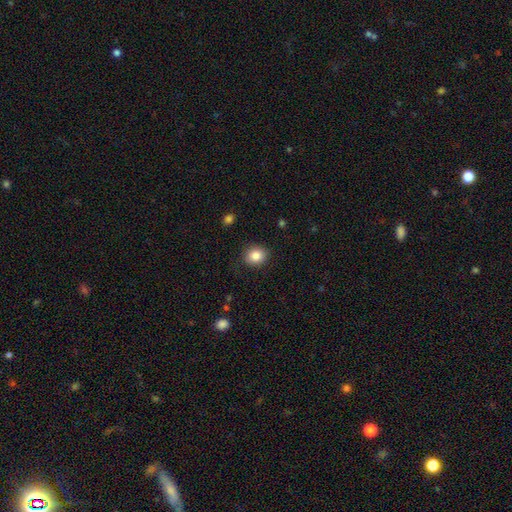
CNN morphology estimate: A smooth galaxy with no disk features (85%) that is round (72%). Merging: none (87%).